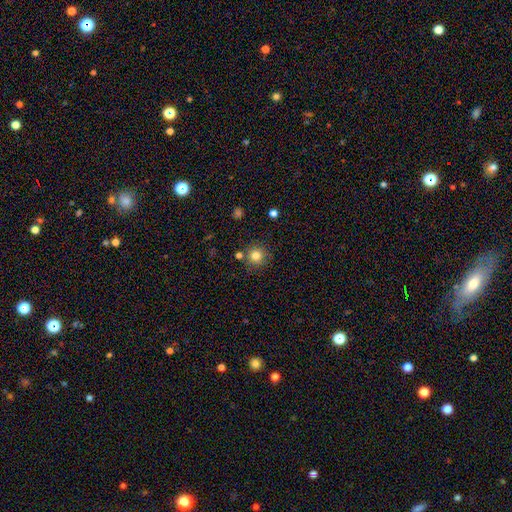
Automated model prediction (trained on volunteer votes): A smooth galaxy with no disk features (81%) that is round (94%). Merging: none (82%).